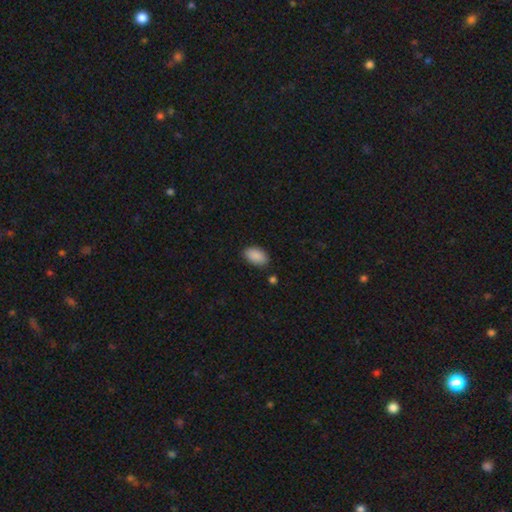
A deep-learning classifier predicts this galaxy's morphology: smooth-or-featured: smooth: 90% | star or artifact: 7% | featured or disk: 3%
  how-rounded: in between: 94% | round: 5% | cigar-shaped: 1%
  merging: none: 85% | minor disturbance: 11% | major disturbance: 2% | merger: 2%